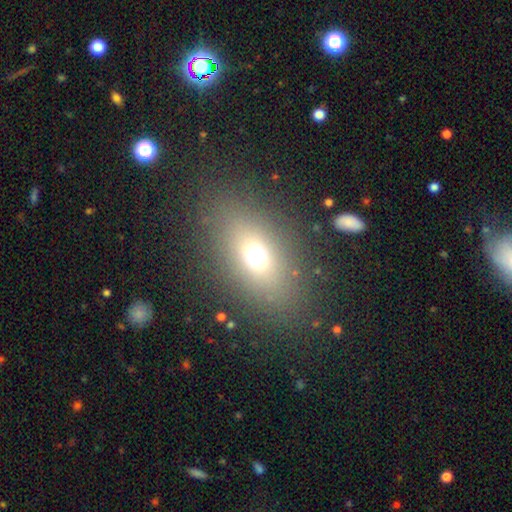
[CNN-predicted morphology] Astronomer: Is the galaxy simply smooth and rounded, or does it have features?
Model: smooth — 63%.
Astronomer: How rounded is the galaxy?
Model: in between — 69%.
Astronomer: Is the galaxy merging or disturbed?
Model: none — 82%.